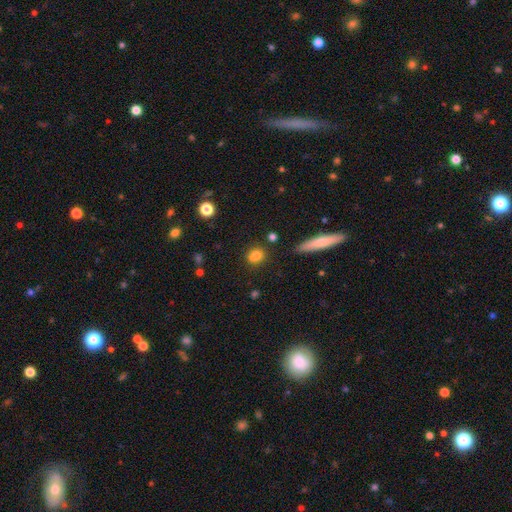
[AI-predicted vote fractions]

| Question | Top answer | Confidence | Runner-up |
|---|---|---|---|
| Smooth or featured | smooth | 80% | star or artifact (12%) |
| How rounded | round | 55% | in between (41%) |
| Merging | none | 76% | minor disturbance (12%) |